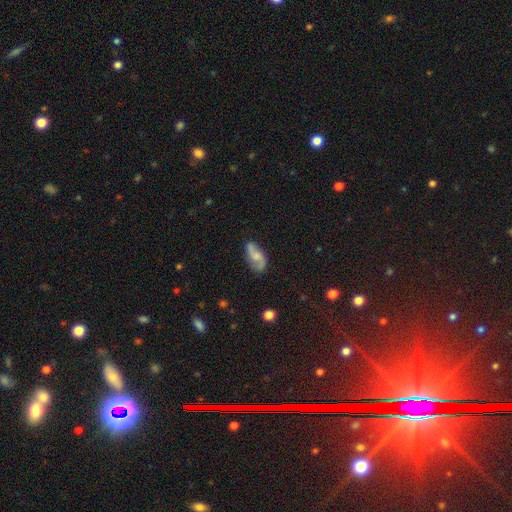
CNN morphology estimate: type=featured or disk (57%); edge-on=no (94%); bar=no (58%); spiral arms=yes (89%); bulge=moderate (34%); merging=none (69%).